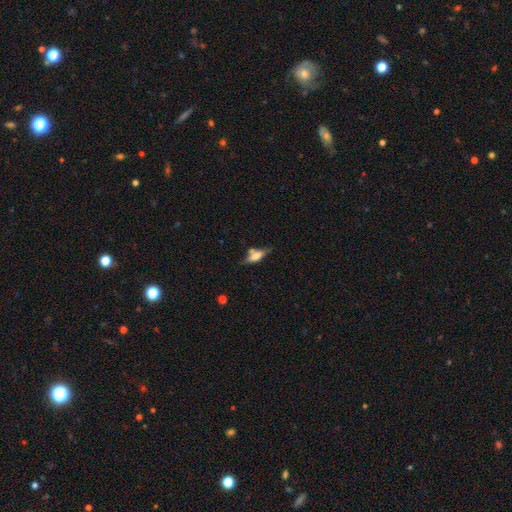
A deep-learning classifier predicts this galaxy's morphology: smooth 51%, featured or disk 41%, star or artifact 8%. Down the decision tree: how rounded — cigar-shaped (50%); merging — none (61%).